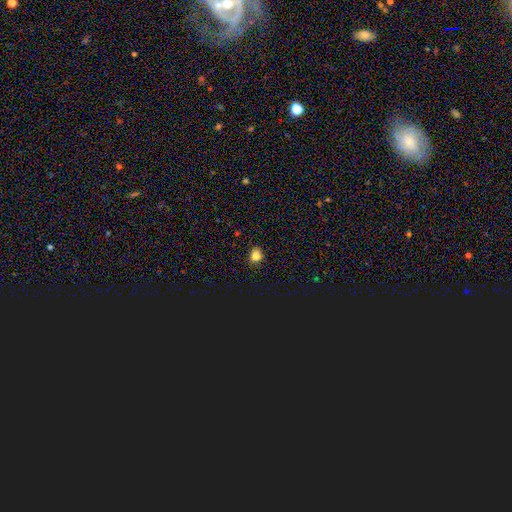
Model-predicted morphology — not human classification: smooth 81%, star or artifact 15%, featured or disk 4%. Down the decision tree: how rounded — round (64%); merging — none (87%).